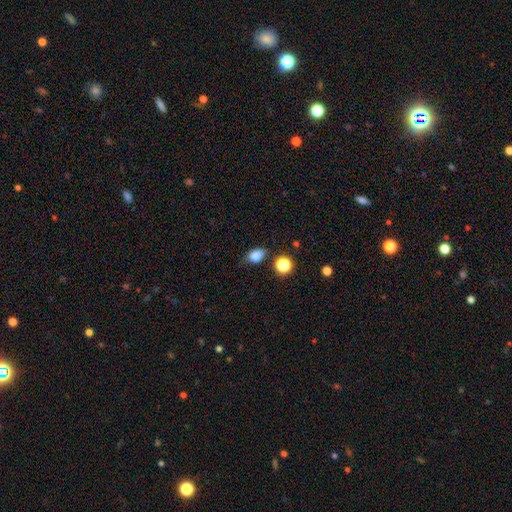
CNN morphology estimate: Smooth or featured? Predicted: smooth (p=0.82). How rounded? Predicted: in between (p=0.73). Merging? Predicted: none (p=0.66).